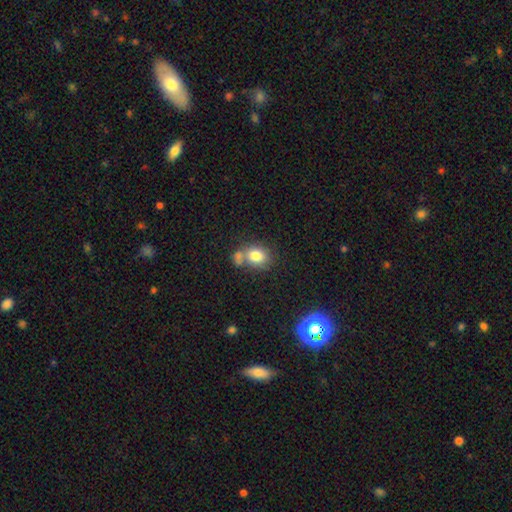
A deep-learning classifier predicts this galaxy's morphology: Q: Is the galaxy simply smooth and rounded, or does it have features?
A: smooth — 79%.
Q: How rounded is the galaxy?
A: round — 53%.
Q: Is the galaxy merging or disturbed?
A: none — 48%.